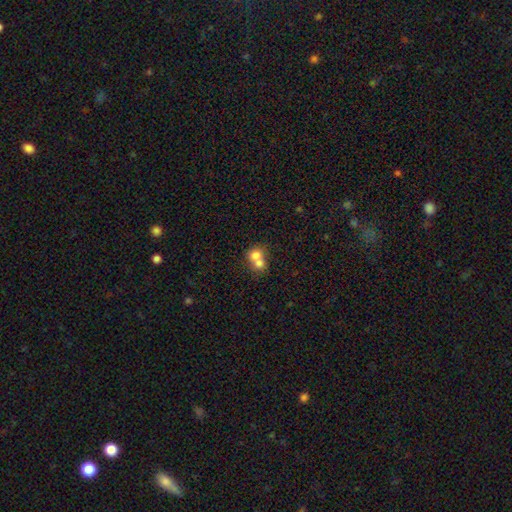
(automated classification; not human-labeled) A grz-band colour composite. It shows a smooth galaxy with no disk features (72%) that is round (71%). Merging: merger (72%).